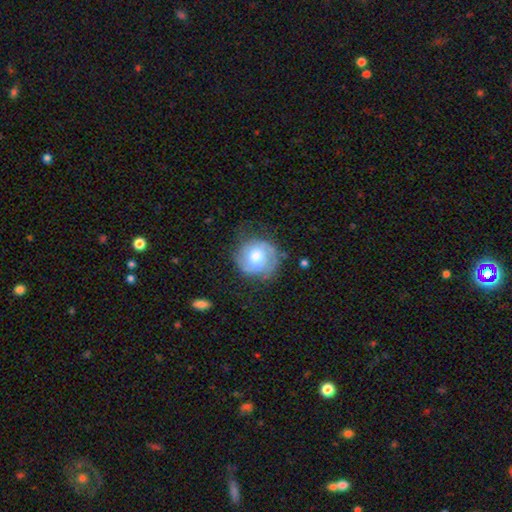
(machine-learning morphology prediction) smooth-or-featured: featured or disk: 59% | smooth: 34% | star or artifact: 7%
  disk-edge-on: no: 97% | yes: 3%
    bar: no: 58% | weak: 35% | strong: 7%
    has-spiral-arms: yes: 85% | no: 15%
    bulge-size: moderate: 60% | large: 20% | small: 16% | none: 2% | dominant: 2%
  merging: none: 67% | minor disturbance: 22% | major disturbance: 10% | merger: 2%